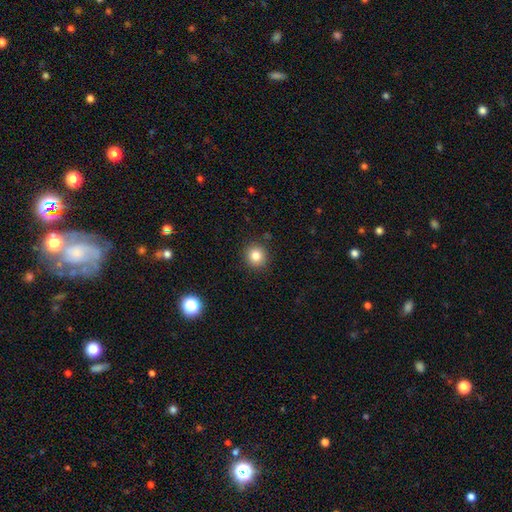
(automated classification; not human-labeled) A smooth galaxy with no disk features (82%) that is round (92%). Merging: none (89%).